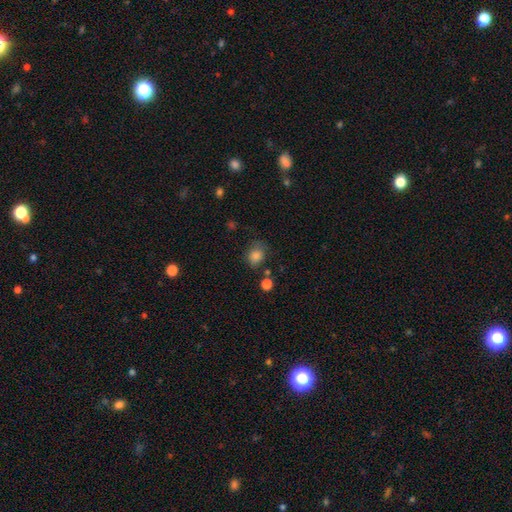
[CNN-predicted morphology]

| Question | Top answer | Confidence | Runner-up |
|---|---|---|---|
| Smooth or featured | smooth | 83% | star or artifact (11%) |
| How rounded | round | 59% | in between (40%) |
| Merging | none | 65% | minor disturbance (23%) |